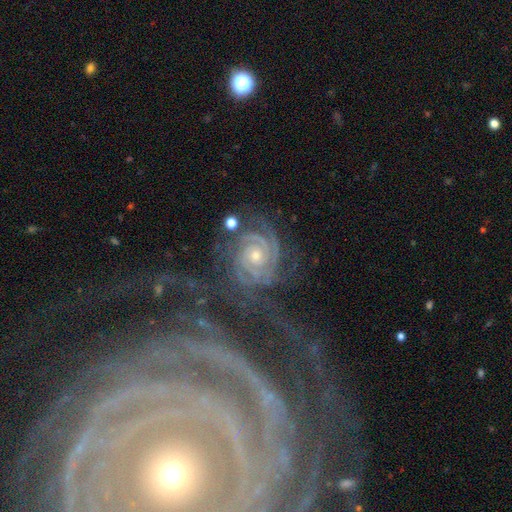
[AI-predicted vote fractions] Smooth or featured? featured or disk (89%)
Edge-on disk? no (98%)
Bar? no (75%)
Spiral arms? yes (98%)
Spiral winding? tight (80%)
Spiral arm count? 2 (28%)
Bulge size? small (57%)
Merging? none (58%)